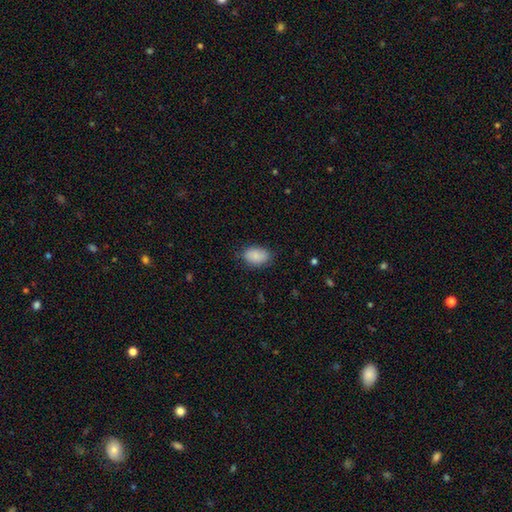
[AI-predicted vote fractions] Smooth or featured?
  - smooth: 87% *
  - star or artifact: 7%
  - featured or disk: 6%
How rounded?
  - in between: 85% *
  - round: 14%
  - cigar-shaped: 1%
Merging?
  - none: 80% *
  - minor disturbance: 16%
  - major disturbance: 3%
  - merger: 1%